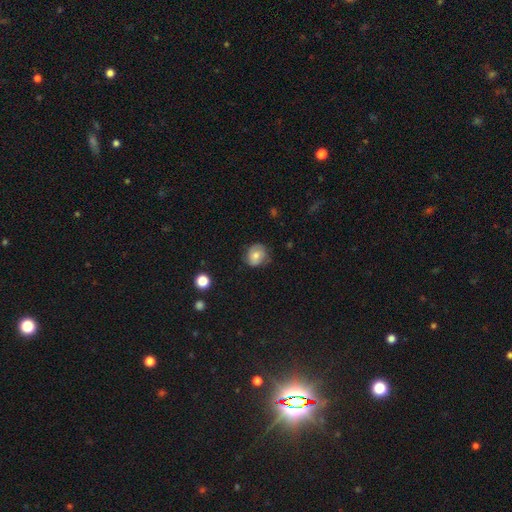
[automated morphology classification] Smooth or featured? smooth (59%)
How rounded? round (77%)
Merging? none (71%)